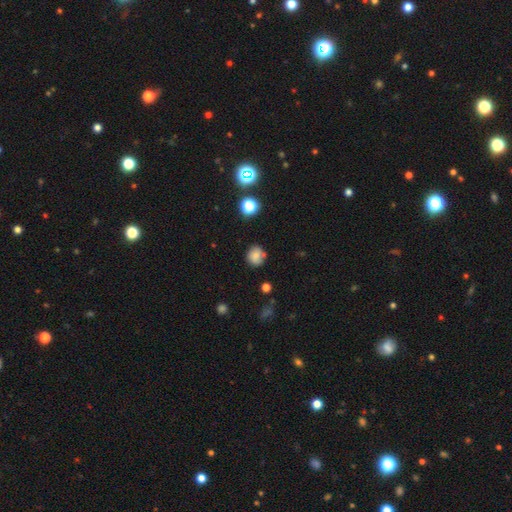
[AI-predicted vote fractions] A smooth galaxy with no disk features (77%) that is round (77%). Merging: none (70%).